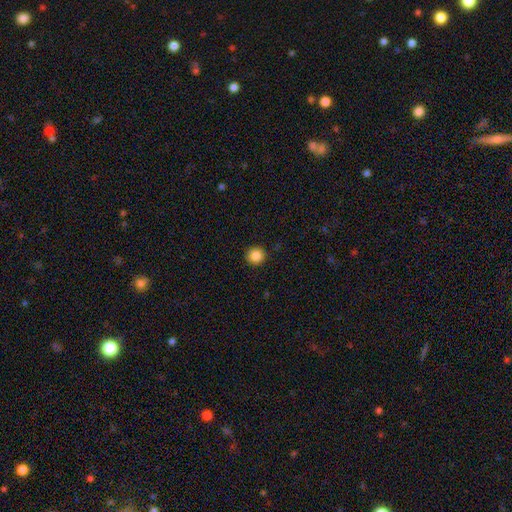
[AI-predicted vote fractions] Morphology: type=smooth (86%); roundness=round (94%); merging=none (92%).